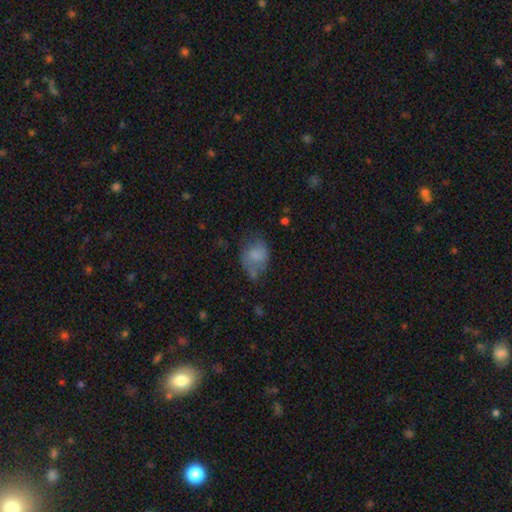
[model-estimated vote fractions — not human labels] Smooth or featured? Predicted: smooth (p=0.70). How rounded? Predicted: in between (p=0.66). Merging? Predicted: none (p=0.39).